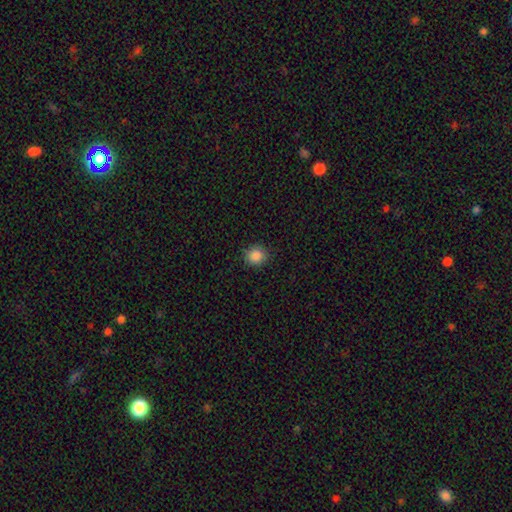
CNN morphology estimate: smooth-or-featured: smooth: 87% | star or artifact: 10% | featured or disk: 3%
  how-rounded: round: 88% | in between: 11% | cigar-shaped: 1%
  merging: none: 89% | minor disturbance: 8% | major disturbance: 2% | merger: 1%